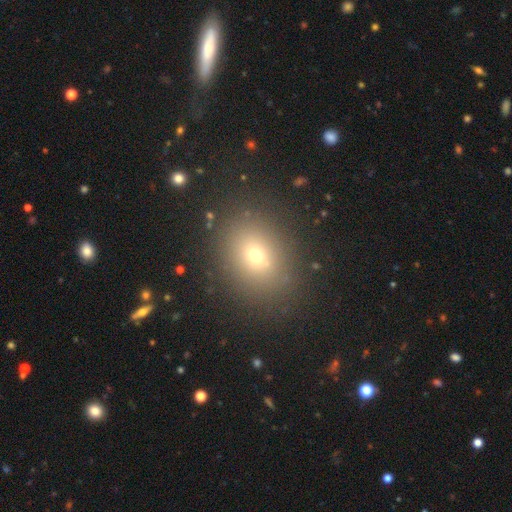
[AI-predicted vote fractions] smooth 66%, star or artifact 22%, featured or disk 12%. Down the decision tree: how rounded — in between (51%); merging — none (87%).